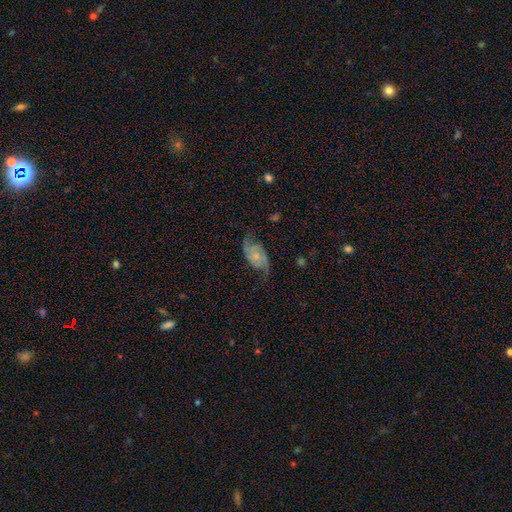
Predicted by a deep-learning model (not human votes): A featured or disk galaxy (76%) with no bar (72%), 2 (87%) medium (41%) spiral arms (94%) and a small central bulge (56%).

Vote fractions:
- Smooth or featured? featured or disk: 76% / smooth: 16% / star or artifact: 8%
- Edge-on disk? no: 96% / yes: 4%
- Bar? no: 72% / weak: 24% / strong: 4%
- Spiral arms? yes: 94% / no: 6%
- Spiral winding? medium: 41% / loose: 40% / tight: 19%
- Spiral arm count? 2: 87% / can't tell: 6% / 3: 3% / 1: 2% / 4: 1% / more than 4: 1%
- Bulge size? small: 56% / moderate: 31% / none: 9% / large: 3% / dominant: 1%
- Merging? none: 64% / minor disturbance: 22% / major disturbance: 13% / merger: 2%